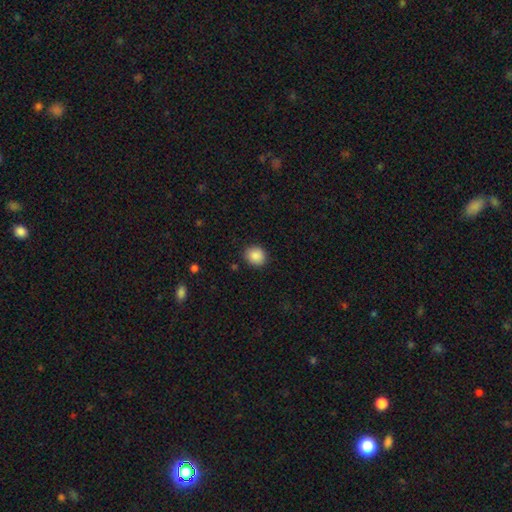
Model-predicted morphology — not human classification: smooth 88%, star or artifact 8%, featured or disk 3%. Down the decision tree: how rounded — round (79%); merging — none (88%).